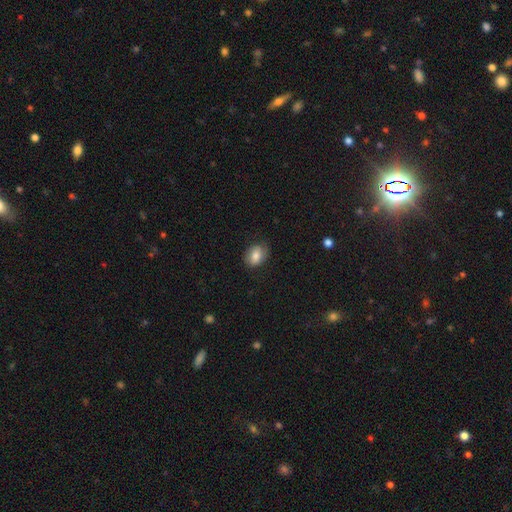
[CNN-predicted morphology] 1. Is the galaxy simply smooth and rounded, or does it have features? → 77% smooth, 15% featured or disk, 8% star or artifact.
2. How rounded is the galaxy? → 74% in between, 25% round, 1% cigar-shaped.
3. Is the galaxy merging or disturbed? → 76% none, 18% minor disturbance, 5% major disturbance, 1% merger.